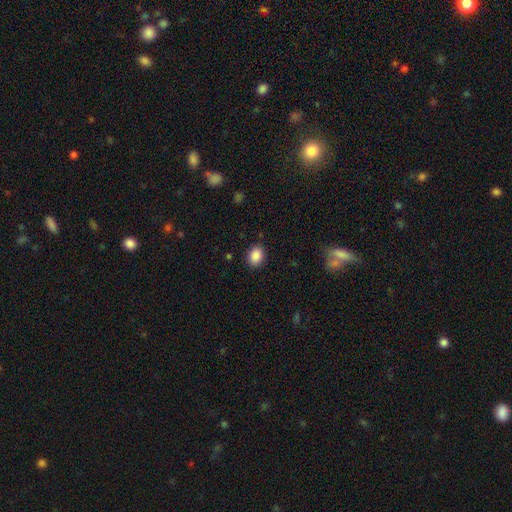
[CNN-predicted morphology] Q: Smooth or featured?
A: smooth (88%); runner-up: star or artifact (8%)
Q: How rounded?
A: in between (63%); runner-up: round (36%)
Q: Merging?
A: none (88%); runner-up: minor disturbance (9%)